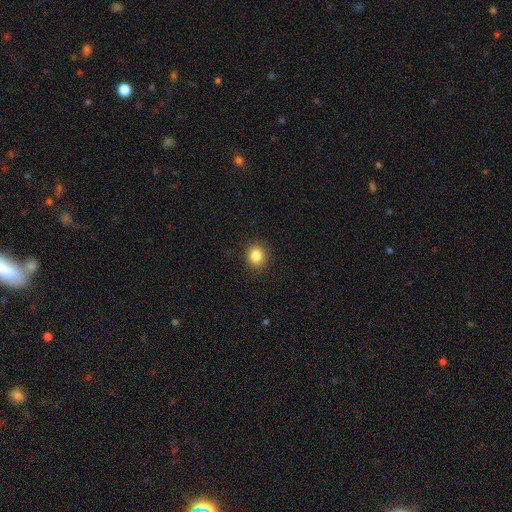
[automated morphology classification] smooth_or_featured: smooth (p=0.84) [alt: star or artifact p=0.11]
how_rounded: round (p=0.83) [alt: in between p=0.16]
merging: none (p=0.90) [alt: minor disturbance p=0.07]